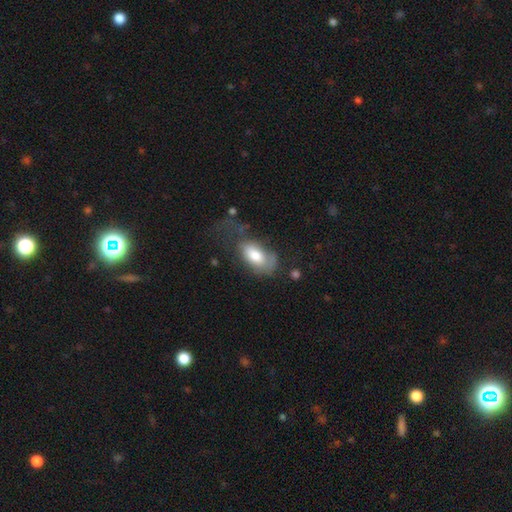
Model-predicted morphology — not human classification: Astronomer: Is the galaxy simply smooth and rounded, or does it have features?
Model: smooth — 69%.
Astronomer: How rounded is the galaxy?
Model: in between — 92%.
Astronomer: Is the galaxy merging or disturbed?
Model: major disturbance — 41% (runner-up: none, 31%).